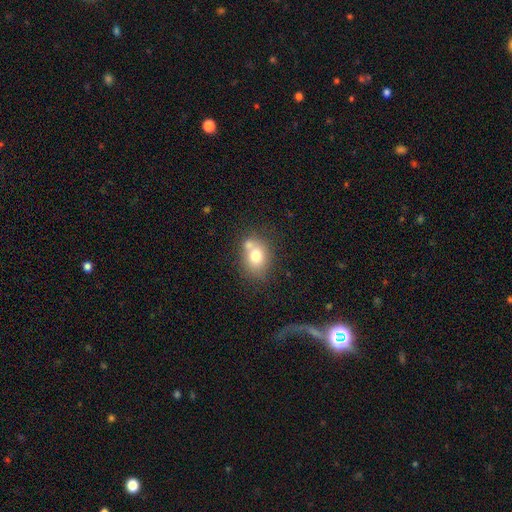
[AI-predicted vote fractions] Smooth or featured?
  - smooth: 72% *
  - featured or disk: 18%
  - star or artifact: 10%
How rounded?
  - in between: 51% *
  - round: 48%
  - cigar-shaped: 1%
Merging?
  - none: 49% *
  - merger: 31%
  - minor disturbance: 15%
  - major disturbance: 5%